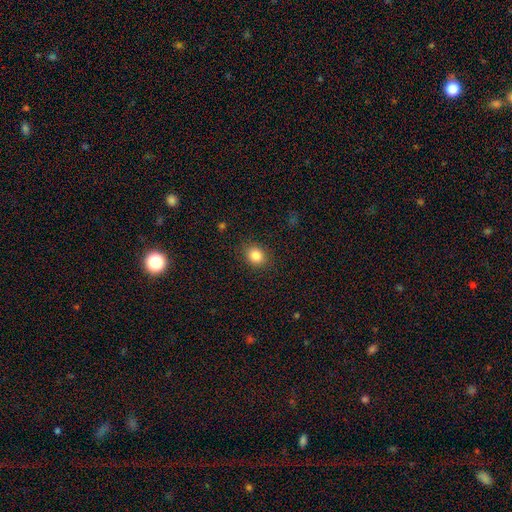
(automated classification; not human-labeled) A smooth galaxy with no disk features (84%) that is round (61%).

Vote fractions:
- Smooth or featured? smooth: 84% / star or artifact: 10% / featured or disk: 6%
- How rounded? round: 61% / in between: 39% / cigar-shaped: 1%
- Merging? none: 87% / minor disturbance: 9% / major disturbance: 3% / merger: 1%